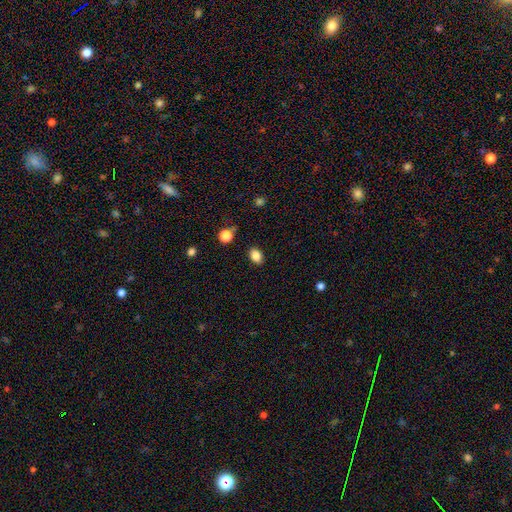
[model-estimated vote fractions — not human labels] Smooth or featured: smooth — 85% (star or artifact — 10%)
How rounded: in between — 78% (round — 20%)
Merging: none — 87% (minor disturbance — 9%)